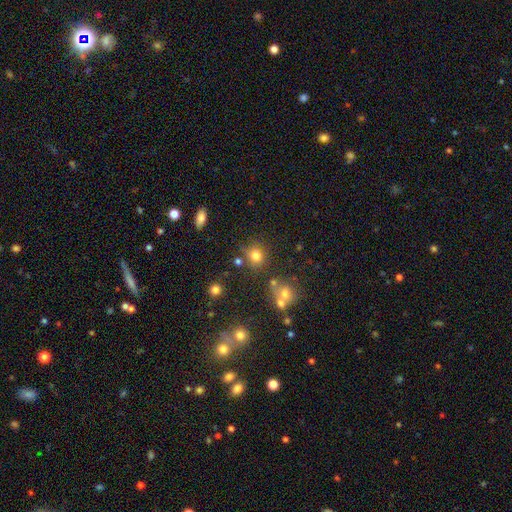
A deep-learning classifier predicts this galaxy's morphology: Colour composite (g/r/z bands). It shows a smooth galaxy with no disk features (76%) that is round (85%). Merging: none (73%).